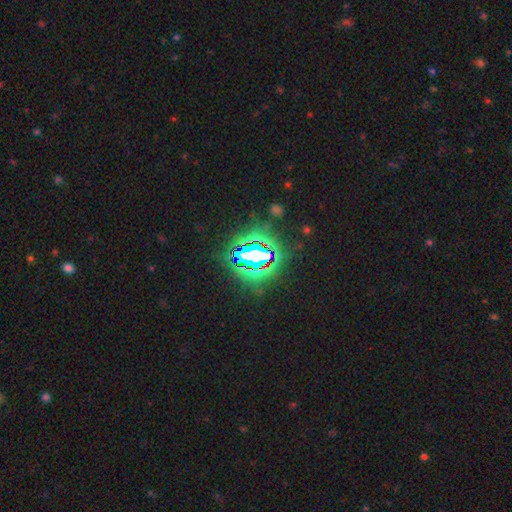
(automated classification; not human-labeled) Smooth or featured? star or artifact (79%)